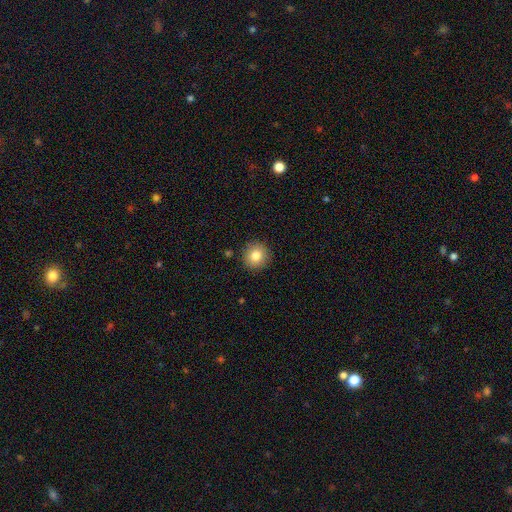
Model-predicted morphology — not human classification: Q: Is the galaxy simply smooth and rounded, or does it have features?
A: smooth — 83%.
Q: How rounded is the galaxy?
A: round — 93%.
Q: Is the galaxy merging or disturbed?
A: none — 90%.